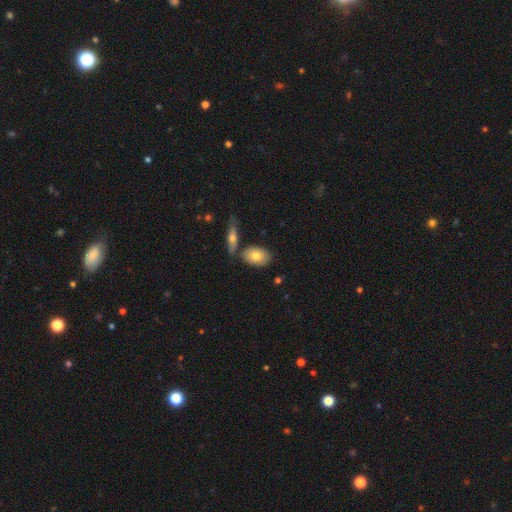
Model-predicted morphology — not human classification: Smooth or featured? Predicted: smooth (p=0.76). How rounded? Predicted: in between (p=0.89). Merging? Predicted: none (p=0.70).